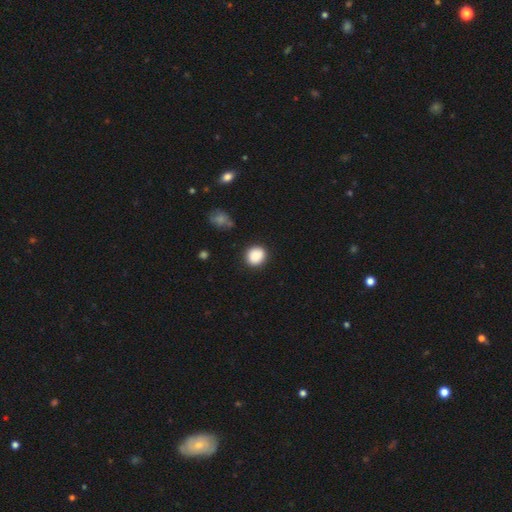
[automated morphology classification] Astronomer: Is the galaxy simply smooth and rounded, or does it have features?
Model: smooth — 89%.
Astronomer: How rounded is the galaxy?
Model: round — 82%.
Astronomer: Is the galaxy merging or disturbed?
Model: none — 87%.